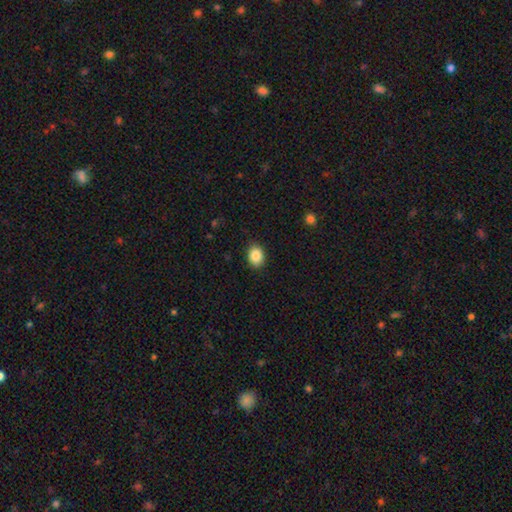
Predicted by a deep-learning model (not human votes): Smooth or featured? Predicted: smooth (p=0.87). How rounded? Predicted: in between (p=0.59). Merging? Predicted: none (p=0.88).